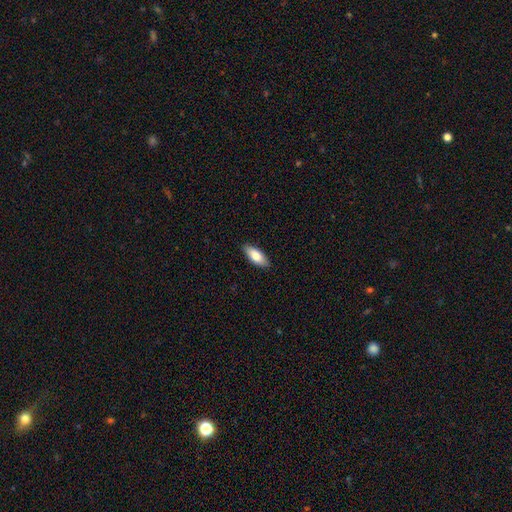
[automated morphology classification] smooth_or_featured: smooth (p=0.80) [alt: featured or disk p=0.14]
how_rounded: in between (p=0.80) [alt: cigar-shaped p=0.18]
merging: none (p=0.88) [alt: minor disturbance p=0.09]